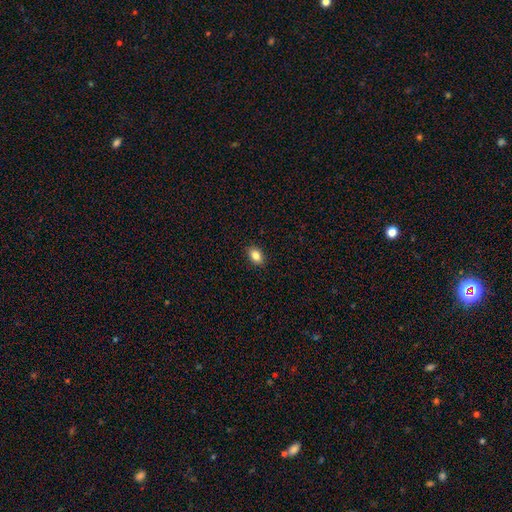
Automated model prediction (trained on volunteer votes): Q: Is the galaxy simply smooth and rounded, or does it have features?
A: smooth — 84%.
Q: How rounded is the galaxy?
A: in between — 82%.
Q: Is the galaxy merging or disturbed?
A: none — 89%.